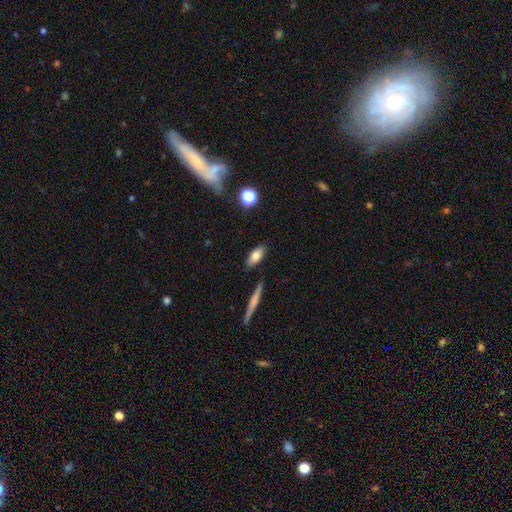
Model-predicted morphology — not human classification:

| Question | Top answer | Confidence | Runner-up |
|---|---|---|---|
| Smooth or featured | smooth | 79% | featured or disk (13%) |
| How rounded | in between | 83% | cigar-shaped (13%) |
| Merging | none | 83% | minor disturbance (11%) |